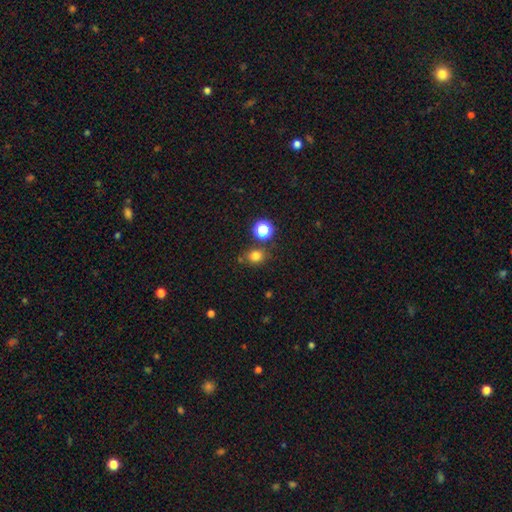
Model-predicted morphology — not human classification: A smooth galaxy with no disk features (78%) that is round (72%).

Vote fractions:
- Smooth or featured? smooth: 78% / star or artifact: 16% / featured or disk: 5%
- How rounded? round: 72% / in between: 27% / cigar-shaped: 1%
- Merging? none: 75% / minor disturbance: 12% / merger: 9% / major disturbance: 4%